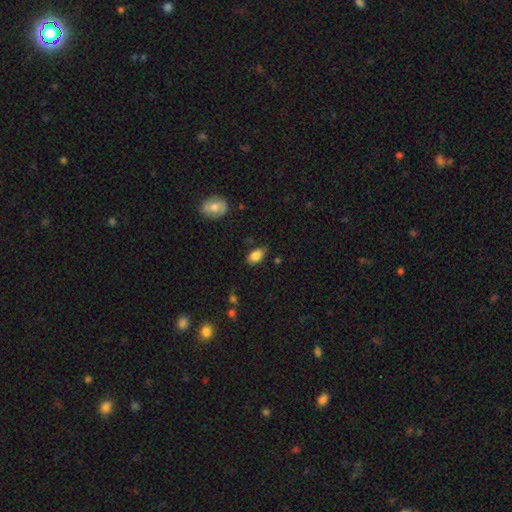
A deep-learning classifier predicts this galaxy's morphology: Smooth or featured?
  - smooth: 85% *
  - star or artifact: 8%
  - featured or disk: 7%
How rounded?
  - in between: 90% *
  - round: 8%
  - cigar-shaped: 2%
Merging?
  - none: 70% *
  - minor disturbance: 24%
  - major disturbance: 4%
  - merger: 2%